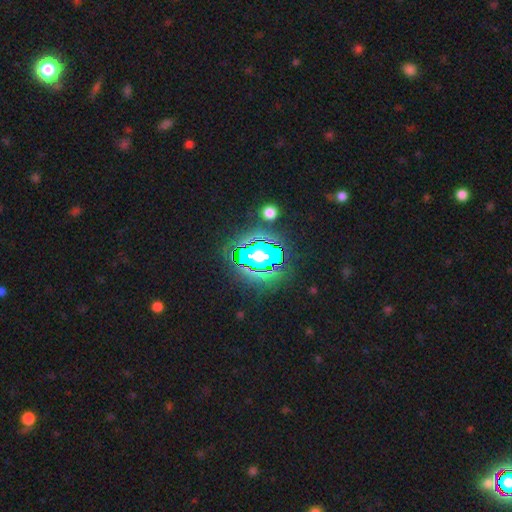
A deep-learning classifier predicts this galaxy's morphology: smooth-or-featured: star or artifact: 74% | smooth: 15% | featured or disk: 11%